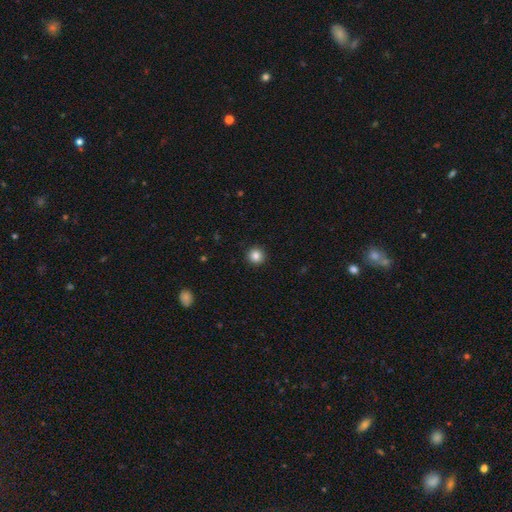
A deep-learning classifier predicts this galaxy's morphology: Smooth or featured: smooth — 85% (star or artifact — 11%)
How rounded: round — 95% (in between — 4%)
Merging: none — 93% (minor disturbance — 4%)